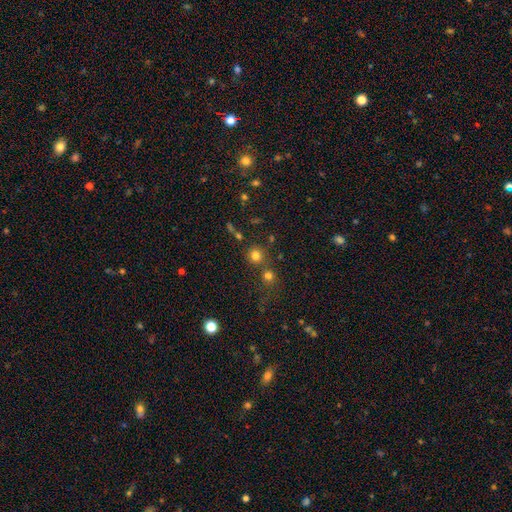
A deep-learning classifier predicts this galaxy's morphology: Smooth or featured: smooth — 76% (star or artifact — 17%)
How rounded: round — 90% (in between — 9%)
Merging: none — 70% (merger — 19%)